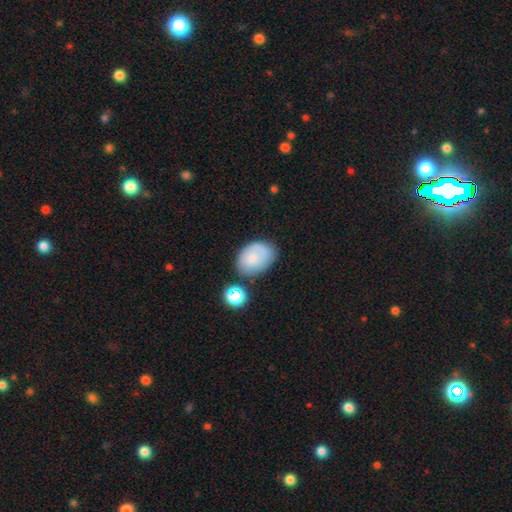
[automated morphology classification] This is likely a smooth galaxy (72%). How rounded: likely in between (74%). Merging: likely none (64%).